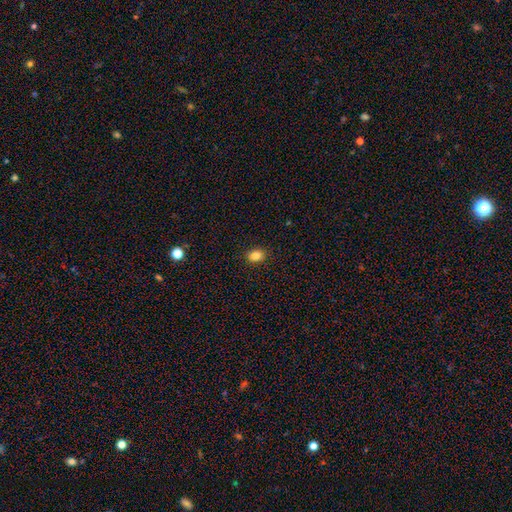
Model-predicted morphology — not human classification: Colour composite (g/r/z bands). It shows a smooth galaxy with no disk features (86%) that is in between round and cigar-shaped (71%). Merging: none (89%).